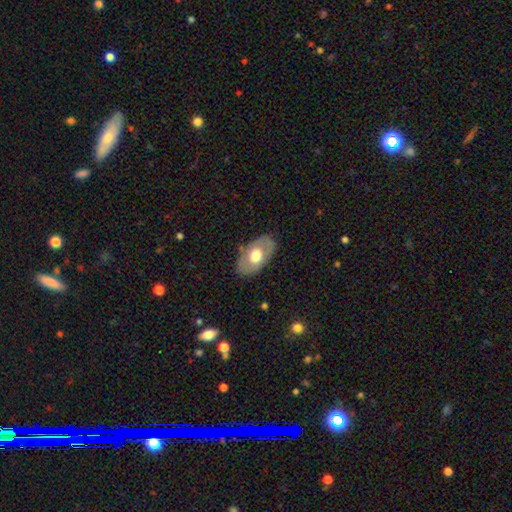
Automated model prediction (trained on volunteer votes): Smooth or featured? Predicted: smooth (p=0.52). How rounded? Predicted: in between (p=0.91). Merging? Predicted: none (p=0.81).